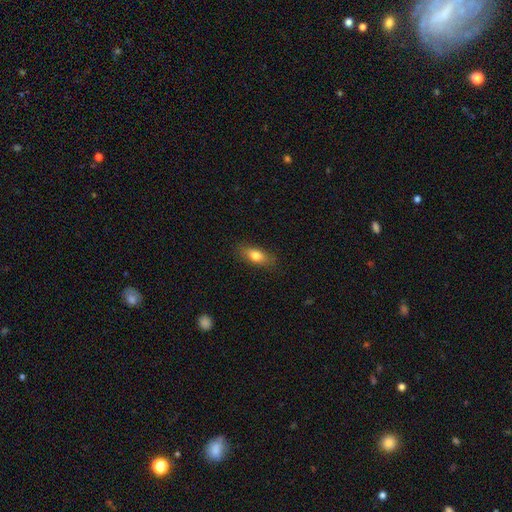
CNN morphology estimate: This appears to be a smooth galaxy with no disk features (77%) that is in between round and cigar-shaped (75%). Merging: none (83%).